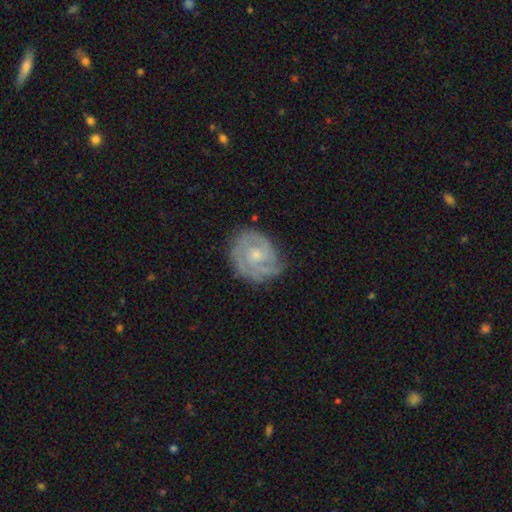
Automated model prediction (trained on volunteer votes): Q: Smooth or featured?
A: featured or disk (83%); runner-up: smooth (12%)
Q: Edge-on disk?
A: no (98%); runner-up: yes (2%)
Q: Bar?
A: no (71%); runner-up: weak (25%)
Q: Spiral arms?
A: yes (95%); runner-up: no (5%)
Q: Spiral winding?
A: tight (66%); runner-up: medium (29%)
Q: Spiral arm count?
A: 2 (38%); runner-up: 3 (25%)
Q: Bulge size?
A: small (58%); runner-up: moderate (37%)
Q: Merging?
A: none (71%); runner-up: minor disturbance (21%)